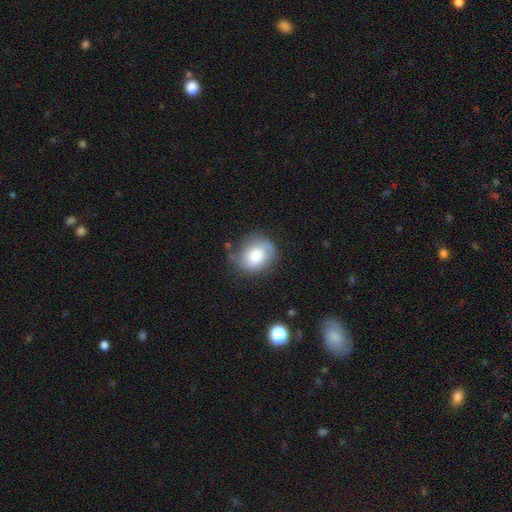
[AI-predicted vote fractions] A smooth galaxy with no disk features (68%) that is round (62%).

Vote fractions:
- Smooth or featured? smooth: 68% / featured or disk: 25% / star or artifact: 8%
- How rounded? round: 62% / in between: 37% / cigar-shaped: 1%
- Merging? none: 66% / minor disturbance: 22% / major disturbance: 8% / merger: 3%